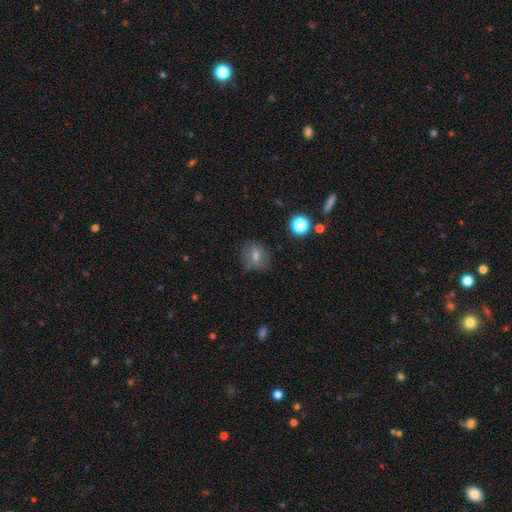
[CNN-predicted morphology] Smooth or featured? Predicted: smooth (p=0.65). How rounded? Predicted: round (p=0.69). Merging? Predicted: none (p=0.75).